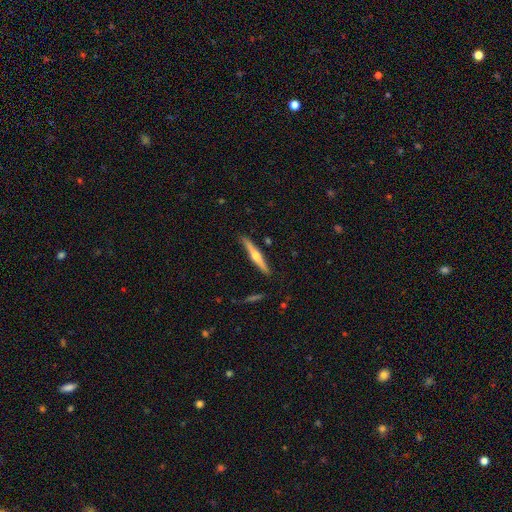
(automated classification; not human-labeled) smooth_or_featured: featured or disk (p=0.67) [alt: smooth p=0.28]
disk_edge_on: yes (p=0.98) [alt: no p=0.02]
edge_on_bulge: rounded (p=0.91) [alt: none p=0.06]
merging: none (p=0.89) [alt: minor disturbance p=0.08]